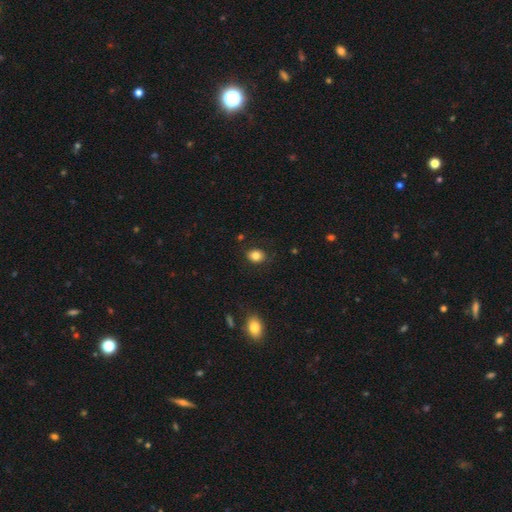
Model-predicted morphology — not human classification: The model was most divided on "how rounded": in between: 55%, round: 44%, cigar-shaped: 1%. More confident: smooth or featured — smooth (84%); merging — none (83%).